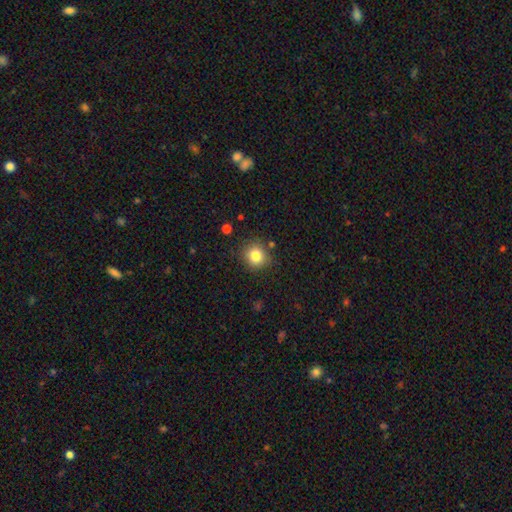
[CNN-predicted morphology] This appears to be a smooth galaxy with no disk features (82%) that is round (87%). Merging: none (85%).